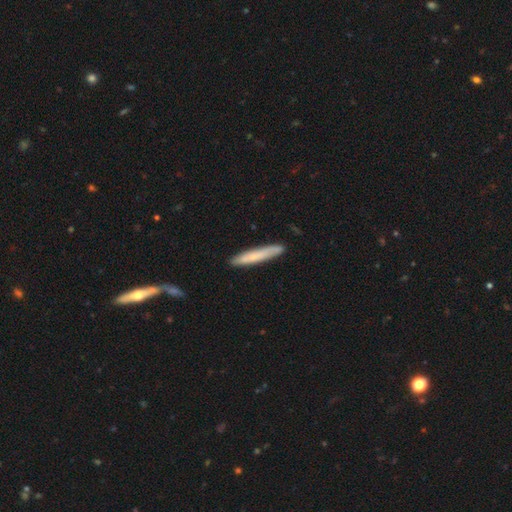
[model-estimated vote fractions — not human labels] Smooth or featured: smooth — 69% (featured or disk — 25%)
How rounded: cigar-shaped — 94% (in between — 5%)
Merging: none — 87% (minor disturbance — 10%)